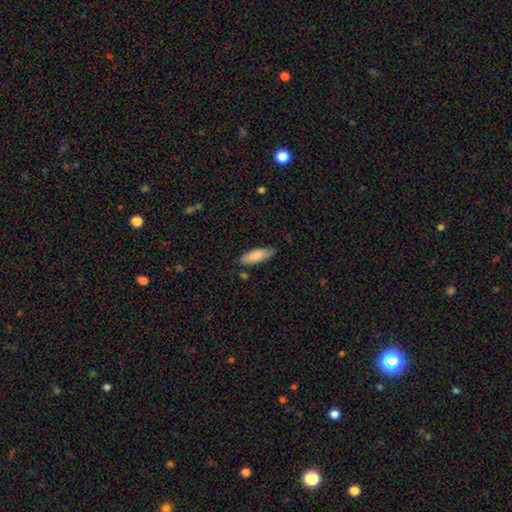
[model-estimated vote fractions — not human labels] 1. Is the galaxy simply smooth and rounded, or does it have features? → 81% smooth, 13% featured or disk, 6% star or artifact.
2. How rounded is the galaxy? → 62% in between, 36% cigar-shaped, 2% round.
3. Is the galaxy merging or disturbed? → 77% none, 18% minor disturbance, 3% major disturbance, 2% merger.